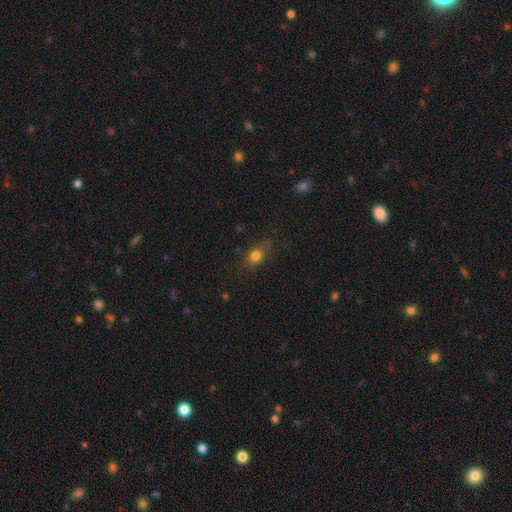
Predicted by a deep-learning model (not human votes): Overall: smooth (77%). How rounded: in between (55%; round 40%). Merging: none (71%).